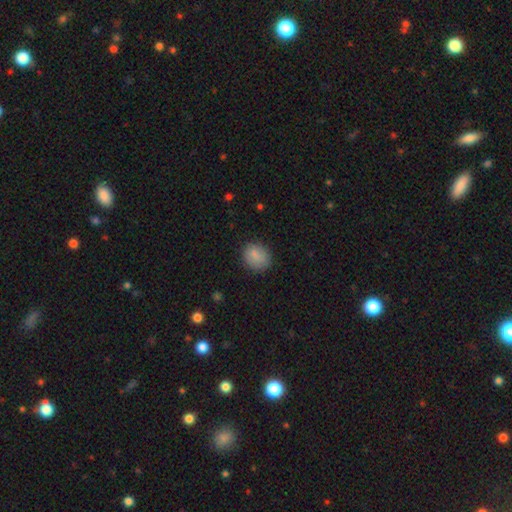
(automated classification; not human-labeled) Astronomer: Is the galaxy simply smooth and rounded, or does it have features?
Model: smooth — 83%.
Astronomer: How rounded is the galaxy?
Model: round — 61% (runner-up: in between, 38%).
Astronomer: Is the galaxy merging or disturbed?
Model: none — 81%.